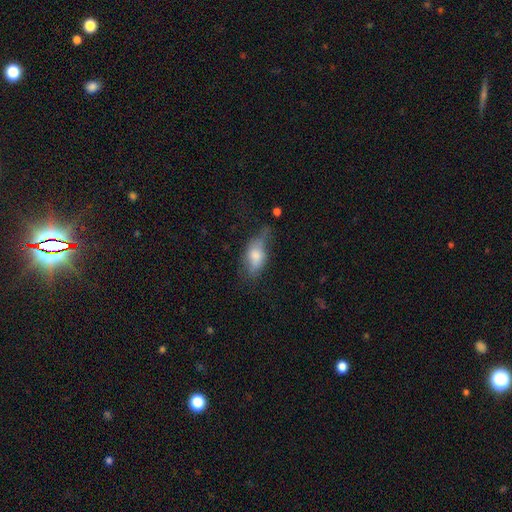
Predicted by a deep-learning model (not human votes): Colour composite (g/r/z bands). It shows a smooth galaxy with no disk features (67%) that is in between round and cigar-shaped (87%). Merging: minor disturbance (37%).